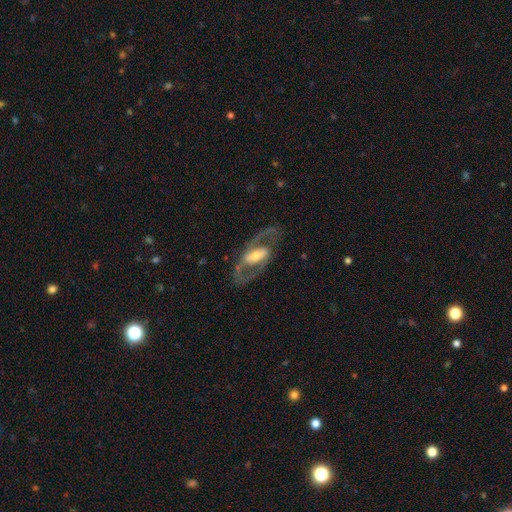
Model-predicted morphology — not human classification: smooth_or_featured: featured or disk (p=0.83) [alt: smooth p=0.12]
disk_edge_on: no (p=0.91) [alt: yes p=0.09]
bar: strong (p=0.42) [alt: weak p=0.32]
has_spiral_arms: yes (p=0.76) [alt: no p=0.24]
spiral_winding: medium (p=0.55) [alt: loose p=0.26]
spiral_arm_count: 2 (p=0.87) [alt: can't tell p=0.06]
bulge_size: moderate (p=0.48) [alt: small p=0.32]
merging: none (p=0.73) [alt: major disturbance p=0.13]